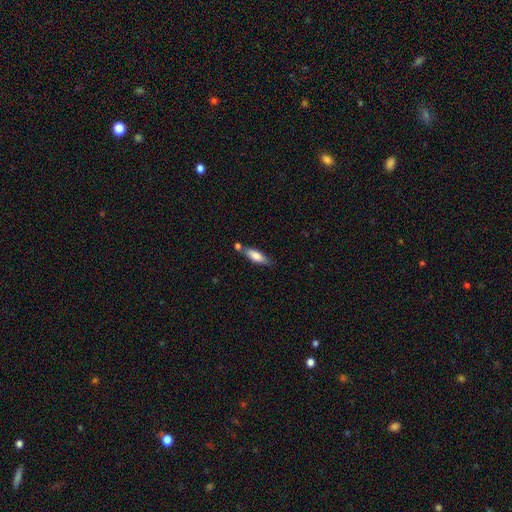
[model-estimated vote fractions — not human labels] A smooth galaxy with no disk features (70%) that is cigar-shaped (51%).

Vote fractions:
- Smooth or featured? smooth: 70% / featured or disk: 23% / star or artifact: 6%
- How rounded? cigar-shaped: 51% / in between: 47% / round: 2%
- Merging? none: 59% / merger: 20% / minor disturbance: 17% / major disturbance: 4%